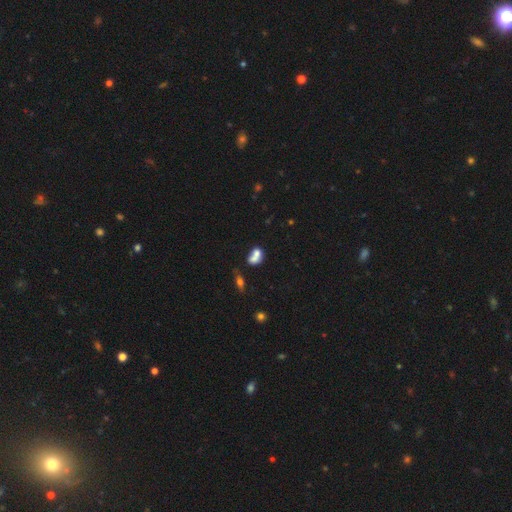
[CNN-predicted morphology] This appears to be a smooth galaxy with no disk features (69%) that is in between round and cigar-shaped (65%). Merging: merger (61%).